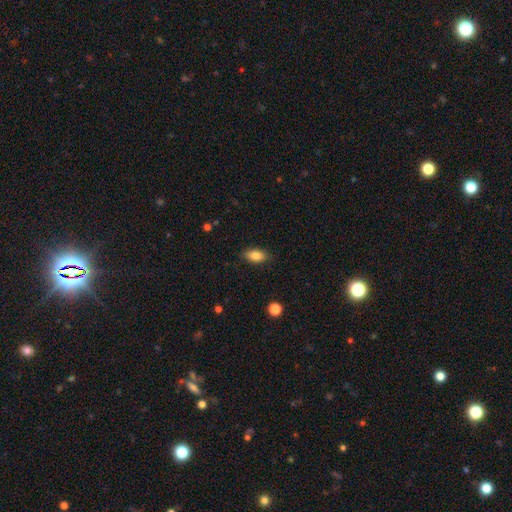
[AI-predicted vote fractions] smooth 83%, featured or disk 9%, star or artifact 8%. Down the decision tree: how rounded — in between (89%); merging — none (85%).